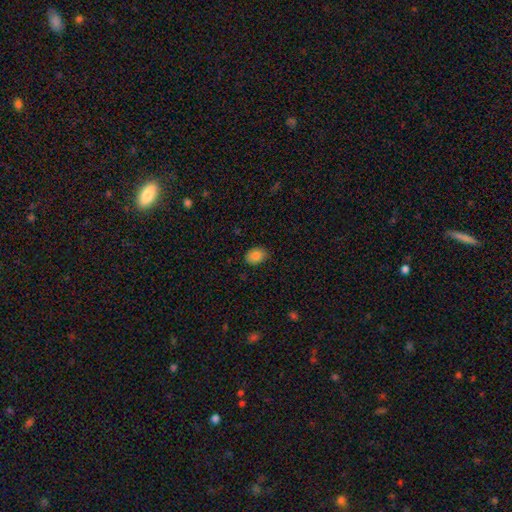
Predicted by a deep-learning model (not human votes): smooth-or-featured: smooth: 84% | star or artifact: 9% | featured or disk: 7%
  how-rounded: in between: 75% | round: 24% | cigar-shaped: 1%
  merging: none: 82% | minor disturbance: 14% | major disturbance: 2% | merger: 1%